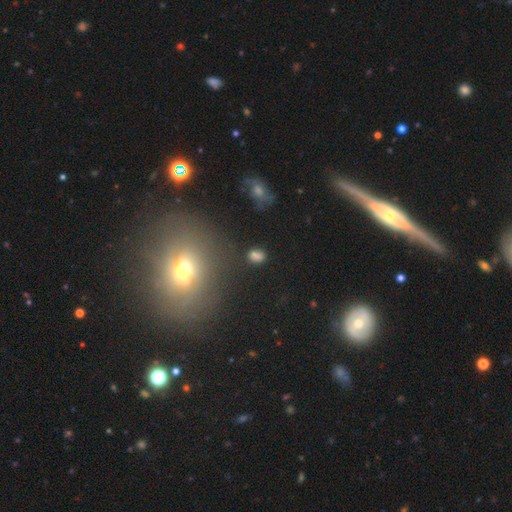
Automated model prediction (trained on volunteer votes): The model was most divided on "how rounded": in between: 65%, round: 32%, cigar-shaped: 3%. More confident: merging — none (75%); smooth or featured — smooth (71%).